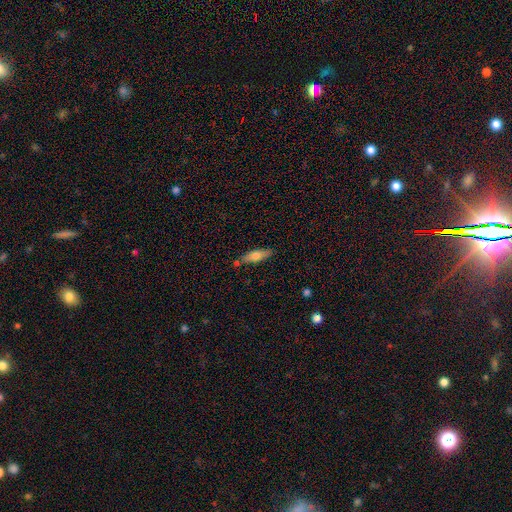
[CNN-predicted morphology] Overall: smooth (62%; featured or disk 31%). How rounded: cigar-shaped (53%; in between 44%). Merging: none (77%).